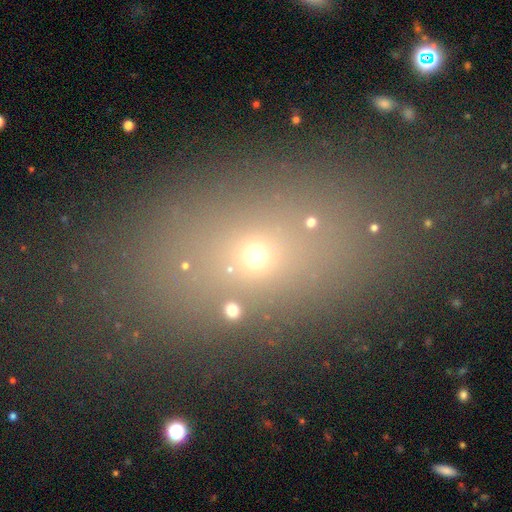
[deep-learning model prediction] Smooth or featured? smooth (55%)
How rounded? in between (72%)
Merging? none (74%)